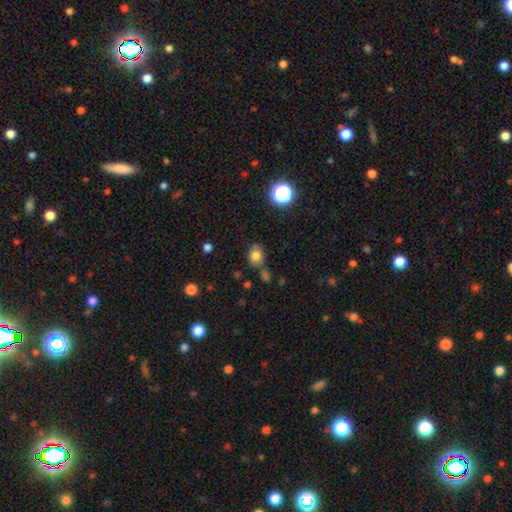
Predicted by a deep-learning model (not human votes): smooth 78%, star or artifact 13%, featured or disk 9%. Down the decision tree: how rounded — in between (58%); merging — none (67%).